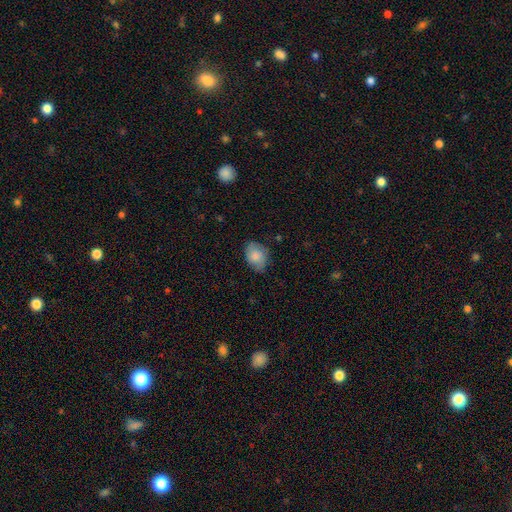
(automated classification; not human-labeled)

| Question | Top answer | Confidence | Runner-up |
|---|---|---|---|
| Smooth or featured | smooth | 81% | featured or disk (12%) |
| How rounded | in between | 74% | round (25%) |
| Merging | none | 69% | minor disturbance (25%) |